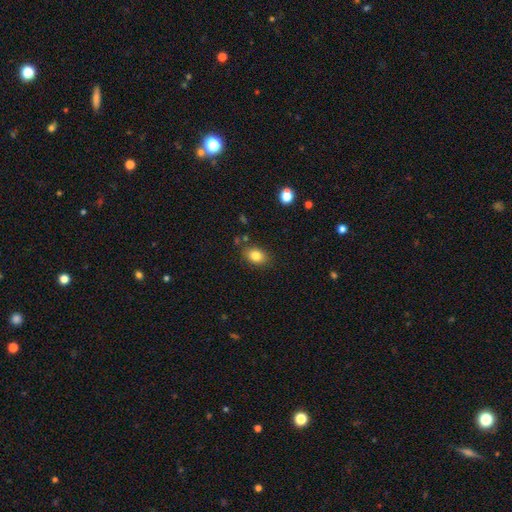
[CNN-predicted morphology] Q: Smooth or featured?
A: smooth (83%); runner-up: star or artifact (9%)
Q: How rounded?
A: in between (74%); runner-up: round (25%)
Q: Merging?
A: none (81%); runner-up: minor disturbance (13%)